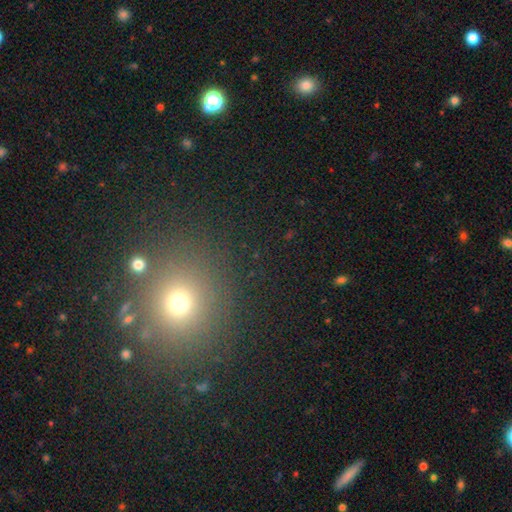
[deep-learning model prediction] Smooth or featured? smooth (57%)
How rounded? round (86%)
Merging? none (87%)